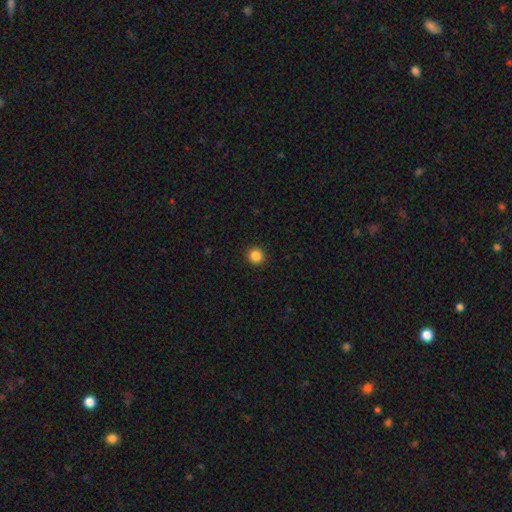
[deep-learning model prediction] Smooth or featured?
  - smooth: 86% *
  - star or artifact: 11%
  - featured or disk: 3%
How rounded?
  - round: 94% *
  - in between: 5%
  - cigar-shaped: 1%
Merging?
  - none: 93% *
  - minor disturbance: 4%
  - major disturbance: 2%
  - merger: 1%